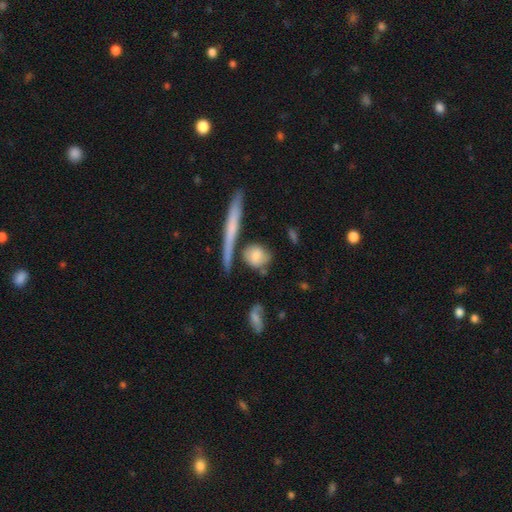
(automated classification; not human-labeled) Q: Smooth or featured?
A: smooth (65%); runner-up: featured or disk (28%)
Q: How rounded?
A: round (50%); runner-up: in between (31%)
Q: Merging?
A: none (59%); runner-up: minor disturbance (19%)